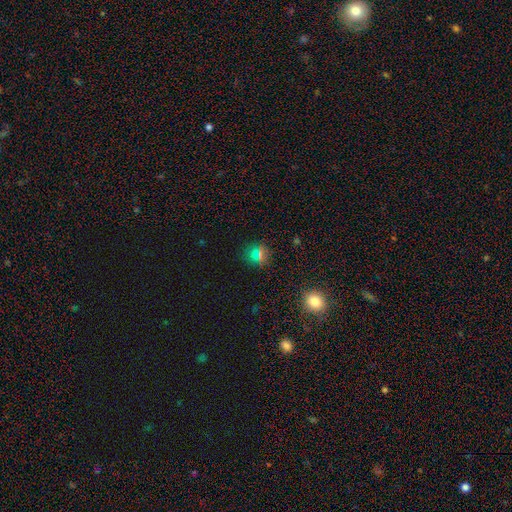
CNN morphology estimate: Smooth or featured?
  - smooth: 62% *
  - star or artifact: 31%
  - featured or disk: 7%
How rounded?
  - round: 89% *
  - in between: 9%
  - cigar-shaped: 2%
Merging?
  - none: 88% *
  - minor disturbance: 7%
  - major disturbance: 3%
  - merger: 2%